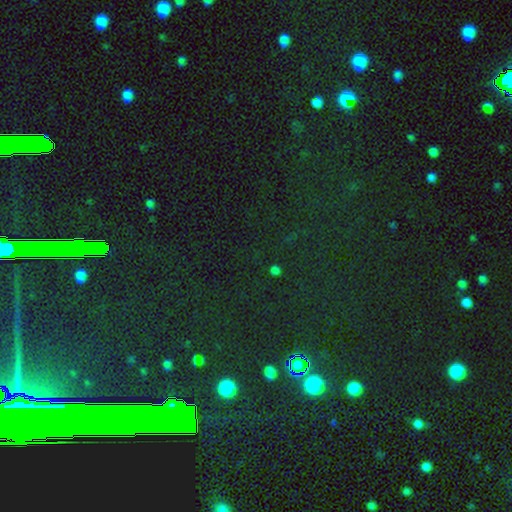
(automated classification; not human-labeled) Smooth or featured? Predicted: star or artifact (p=0.75).